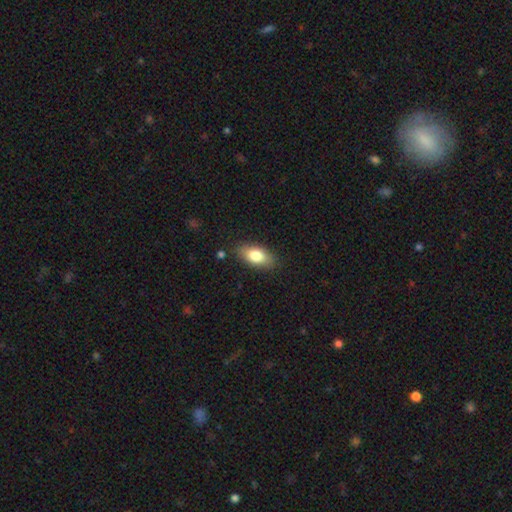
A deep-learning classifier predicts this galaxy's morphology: A smooth galaxy with no disk features (79%) that is in between round and cigar-shaped (88%).

Vote fractions:
- Smooth or featured? smooth: 79% / featured or disk: 14% / star or artifact: 7%
- How rounded? in between: 88% / cigar-shaped: 7% / round: 5%
- Merging? none: 85% / minor disturbance: 11% / major disturbance: 3% / merger: 2%